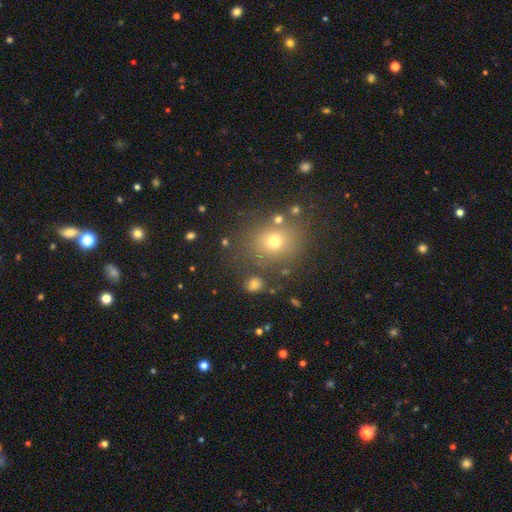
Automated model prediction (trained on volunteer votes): This is possibly a smooth galaxy (50%). How rounded: likely round (79%). Merging: likely none (80%).